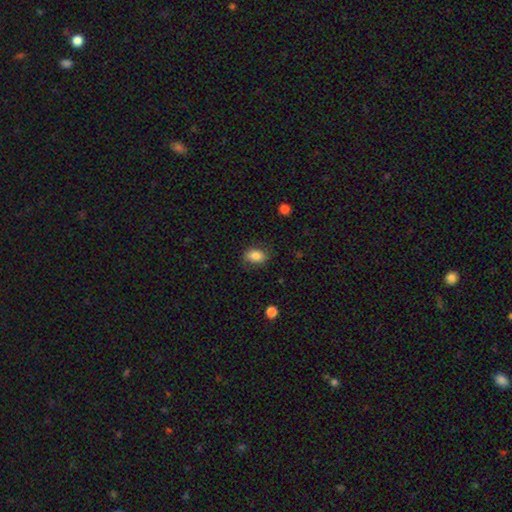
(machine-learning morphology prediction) type=smooth (84%); roundness=in between (79%); merging=none (77%).